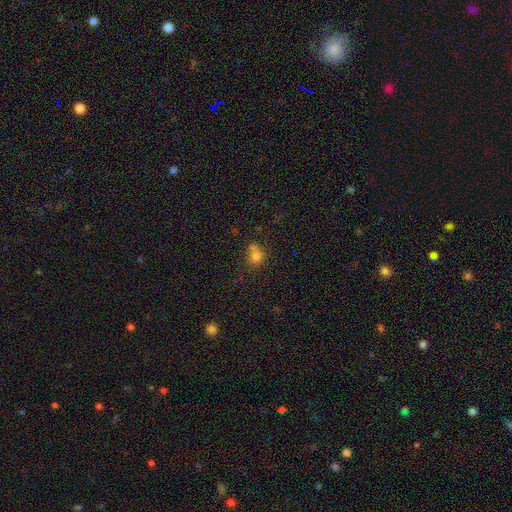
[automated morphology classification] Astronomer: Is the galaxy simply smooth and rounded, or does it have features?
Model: smooth — 74%.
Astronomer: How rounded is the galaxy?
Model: round — 77%.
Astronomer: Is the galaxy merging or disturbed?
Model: merger — 44% (runner-up: none, 41%).